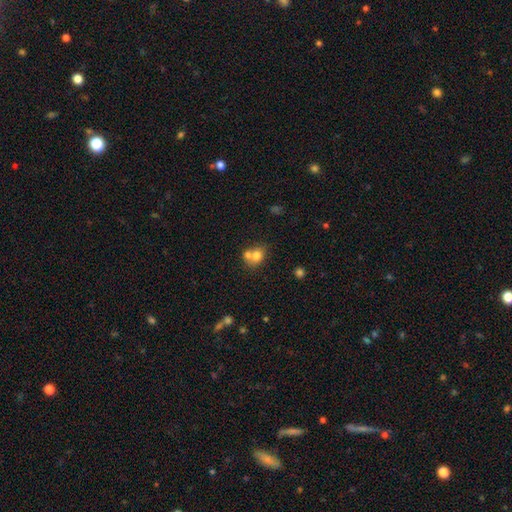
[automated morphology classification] Overall: smooth (73%). How rounded: round (60%; in between 39%). Merging: merger (53%; none 35%).